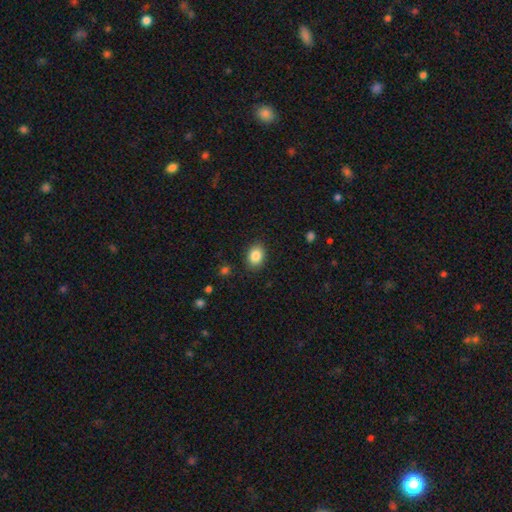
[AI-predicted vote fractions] smooth 86%, star or artifact 9%, featured or disk 6%. Down the decision tree: how rounded — in between (67%); merging — none (88%).